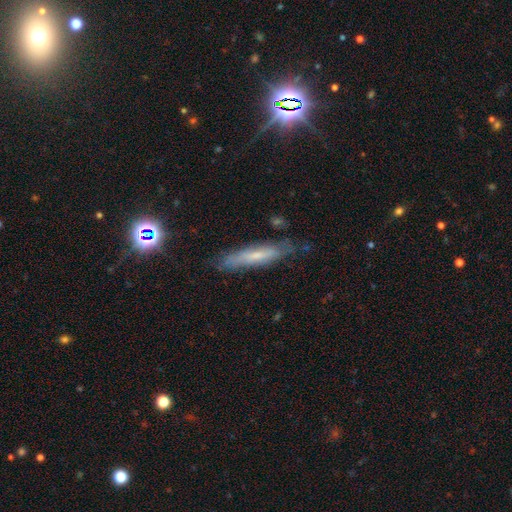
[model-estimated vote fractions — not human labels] Smooth or featured: smooth — 46% (featured or disk — 44%)
Merging: none — 74% (minor disturbance — 19%)